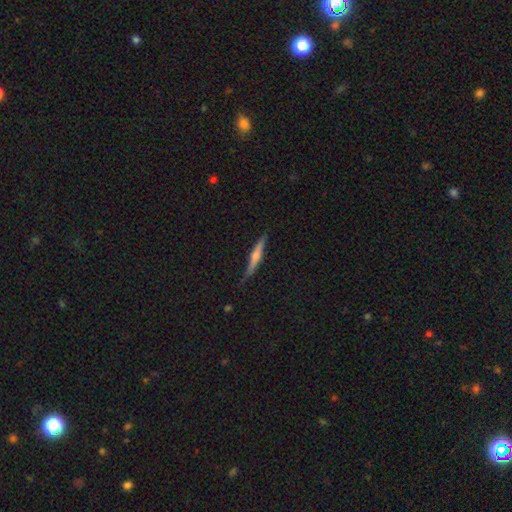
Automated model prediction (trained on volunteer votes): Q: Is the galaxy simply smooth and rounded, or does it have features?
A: featured or disk — 61%.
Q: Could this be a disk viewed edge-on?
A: yes — 96%.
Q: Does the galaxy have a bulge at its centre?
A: rounded — 80%.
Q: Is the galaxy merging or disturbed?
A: none — 82%.